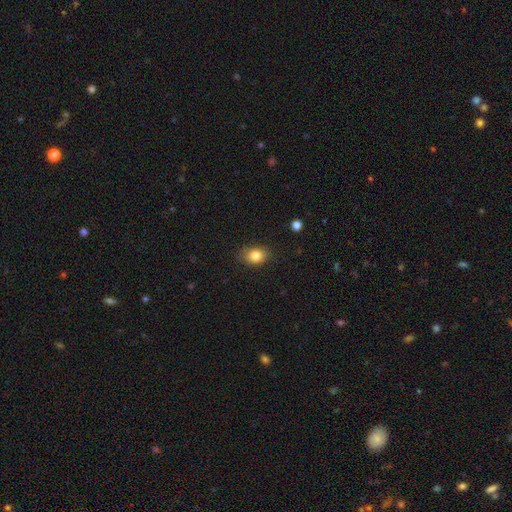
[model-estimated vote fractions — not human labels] smooth_or_featured: smooth (p=0.83) [alt: star or artifact p=0.10]
how_rounded: in between (p=0.66) [alt: round p=0.33]
merging: none (p=0.80) [alt: minor disturbance p=0.15]